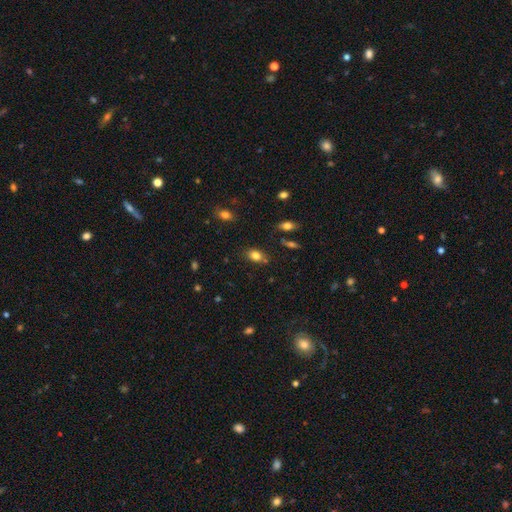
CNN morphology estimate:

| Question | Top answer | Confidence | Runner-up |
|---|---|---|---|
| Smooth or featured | smooth | 80% | star or artifact (11%) |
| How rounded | in between | 75% | round (23%) |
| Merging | none | 74% | minor disturbance (16%) |